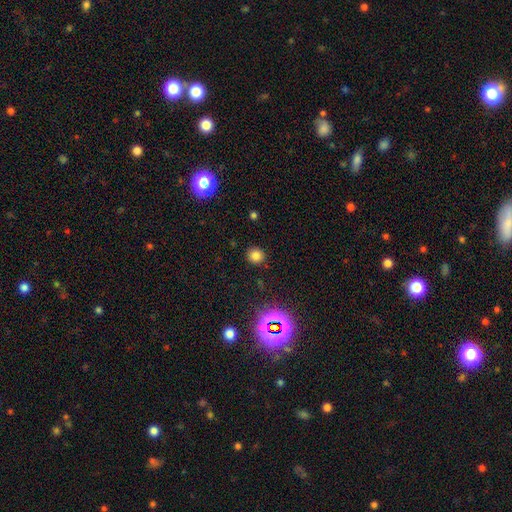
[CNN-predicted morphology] Smooth or featured?
  - smooth: 76% *
  - star or artifact: 18%
  - featured or disk: 6%
How rounded?
  - round: 90% *
  - in between: 9%
  - cigar-shaped: 1%
Merging?
  - none: 89% *
  - minor disturbance: 7%
  - major disturbance: 2%
  - merger: 2%